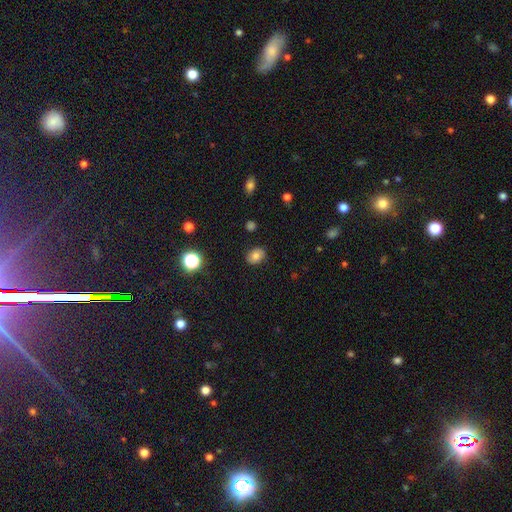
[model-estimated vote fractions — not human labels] Q: Smooth or featured?
A: smooth (76%); runner-up: star or artifact (12%)
Q: How rounded?
A: in between (60%); runner-up: round (39%)
Q: Merging?
A: none (85%); runner-up: minor disturbance (11%)